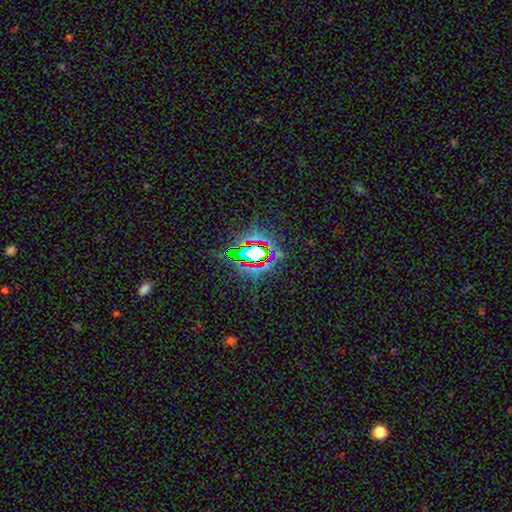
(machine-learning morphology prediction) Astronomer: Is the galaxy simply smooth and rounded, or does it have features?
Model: star or artifact — 73%.